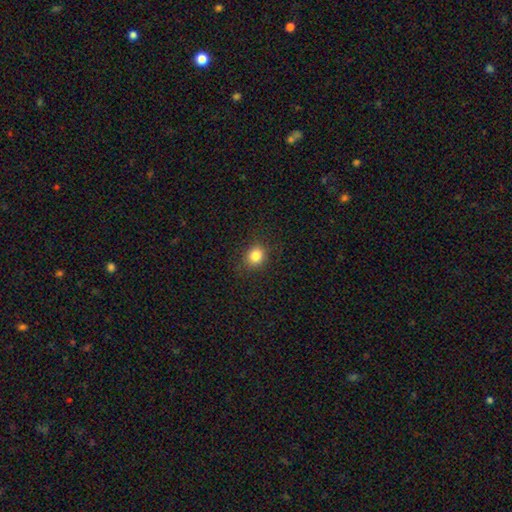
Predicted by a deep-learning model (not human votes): Smooth or featured: smooth — 84% (star or artifact — 11%)
How rounded: round — 74% (in between — 25%)
Merging: none — 87% (minor disturbance — 9%)